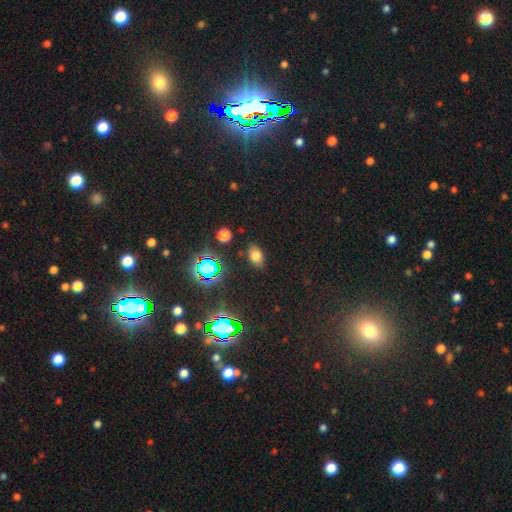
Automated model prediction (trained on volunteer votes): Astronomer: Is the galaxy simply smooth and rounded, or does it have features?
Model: smooth — 70%.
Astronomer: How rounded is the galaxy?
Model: in between — 85%.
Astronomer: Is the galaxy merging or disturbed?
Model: none — 83%.